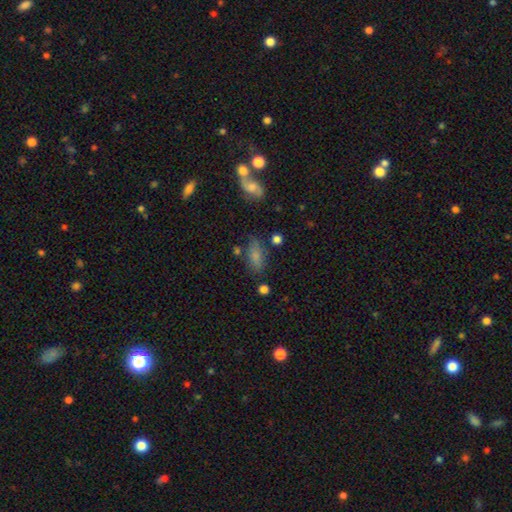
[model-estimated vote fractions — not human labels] Smooth or featured: smooth — 75% (featured or disk — 15%)
How rounded: in between — 82% (cigar-shaped — 13%)
Merging: none — 62% (minor disturbance — 22%)